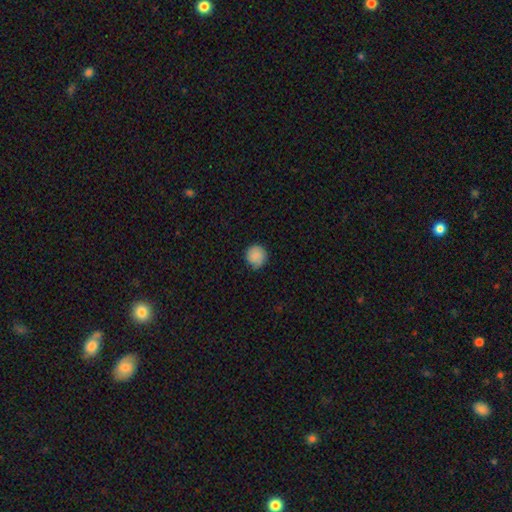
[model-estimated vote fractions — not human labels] Overall: smooth (81%). How rounded: round (91%). Merging: none (76%).